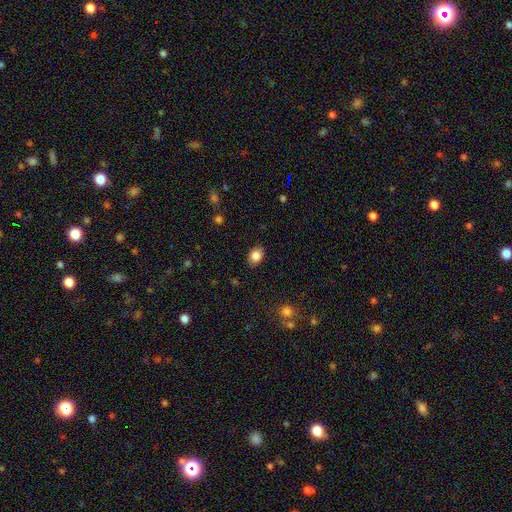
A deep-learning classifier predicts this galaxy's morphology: The model was most divided on "how rounded": in between: 66%, round: 33%, cigar-shaped: 1%. More confident: merging — none (87%); smooth or featured — smooth (85%).